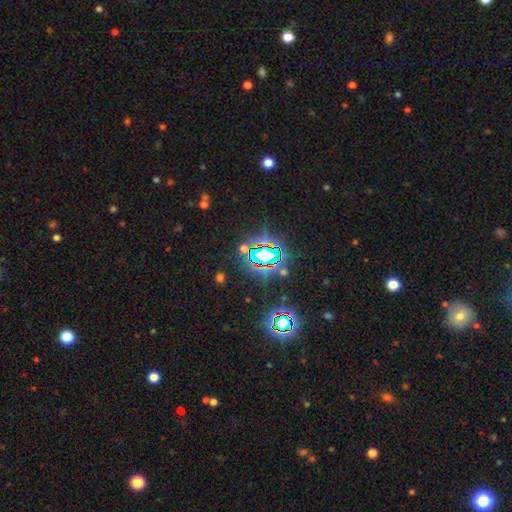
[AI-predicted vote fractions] Smooth or featured?
  - star or artifact: 78% *
  - smooth: 13%
  - featured or disk: 9%